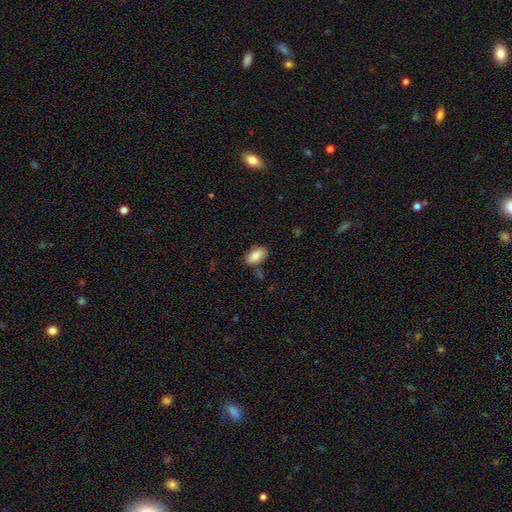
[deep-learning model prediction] A smooth galaxy with no disk features (86%) that is in between round and cigar-shaped (93%).

Vote fractions:
- Smooth or featured? smooth: 86% / featured or disk: 7% / star or artifact: 7%
- How rounded? in between: 93% / round: 4% / cigar-shaped: 3%
- Merging? none: 77% / minor disturbance: 16% / merger: 4% / major disturbance: 3%